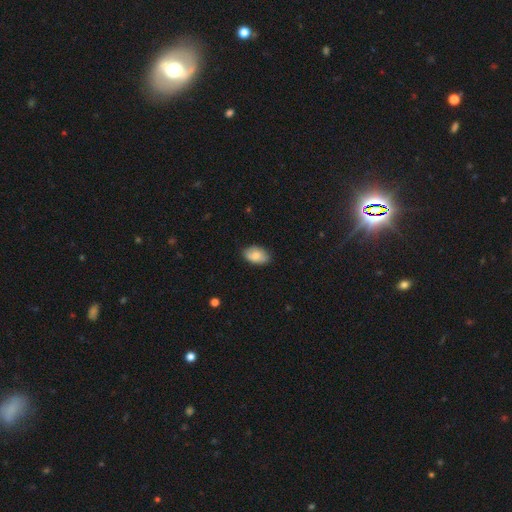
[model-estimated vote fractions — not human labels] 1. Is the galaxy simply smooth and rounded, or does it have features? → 81% smooth, 12% featured or disk, 7% star or artifact.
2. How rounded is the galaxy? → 91% in between, 8% round, 1% cigar-shaped.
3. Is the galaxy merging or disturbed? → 81% none, 15% minor disturbance, 2% major disturbance, 1% merger.